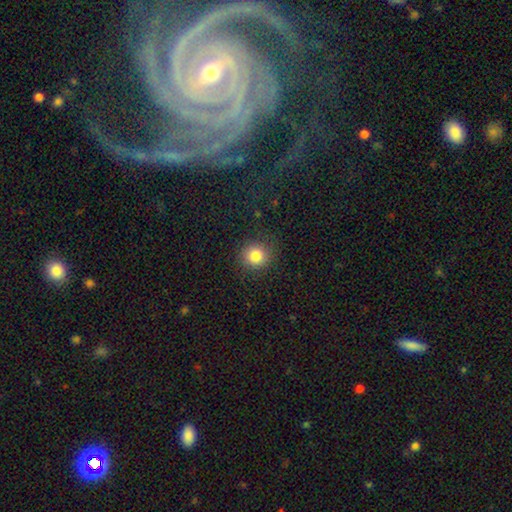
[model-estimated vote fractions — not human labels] Q: Smooth or featured?
A: smooth (83%); runner-up: star or artifact (11%)
Q: How rounded?
A: round (88%); runner-up: in between (11%)
Q: Merging?
A: none (86%); runner-up: minor disturbance (9%)